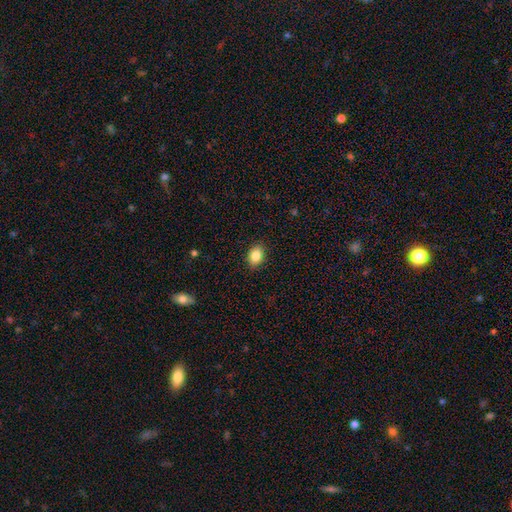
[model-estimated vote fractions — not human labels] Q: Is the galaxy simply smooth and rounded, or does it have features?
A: smooth — 85%.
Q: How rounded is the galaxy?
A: in between — 75%.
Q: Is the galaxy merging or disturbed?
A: none — 88%.